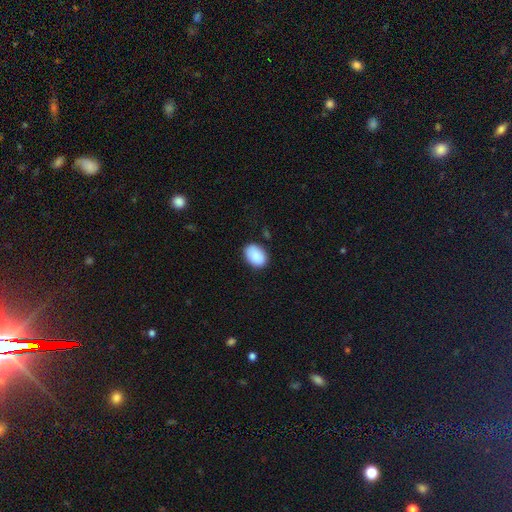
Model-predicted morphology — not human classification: Q: Smooth or featured?
A: smooth (90%); runner-up: star or artifact (6%)
Q: How rounded?
A: in between (82%); runner-up: round (17%)
Q: Merging?
A: none (82%); runner-up: minor disturbance (13%)